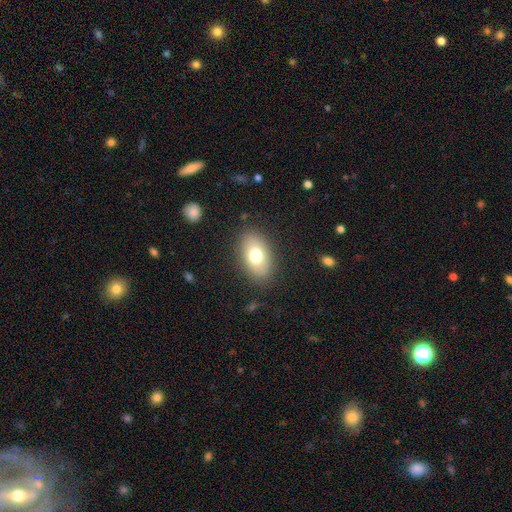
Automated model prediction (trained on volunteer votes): Smooth or featured: smooth — 73% (featured or disk — 19%)
How rounded: in between — 89% (round — 9%)
Merging: none — 85% (minor disturbance — 11%)